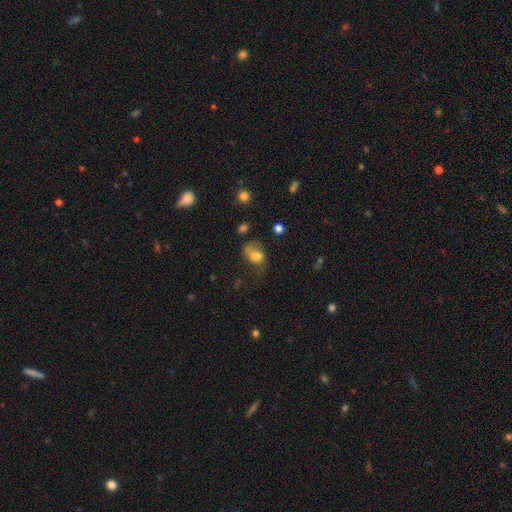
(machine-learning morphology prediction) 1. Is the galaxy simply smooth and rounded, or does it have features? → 65% smooth, 22% featured or disk, 13% star or artifact.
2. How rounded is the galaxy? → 69% in between, 29% round, 1% cigar-shaped.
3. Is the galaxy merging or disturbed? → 37% major disturbance, 31% none, 25% minor disturbance, 7% merger.